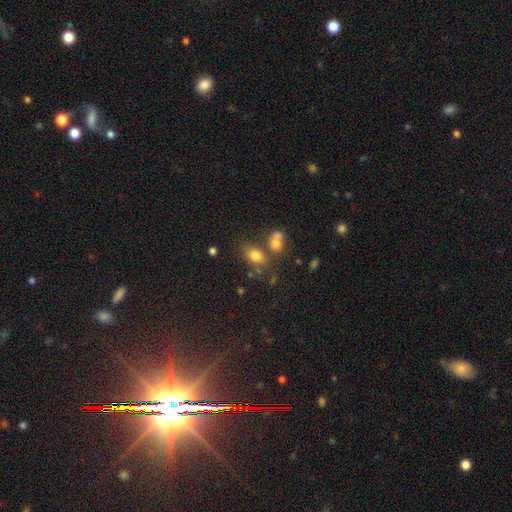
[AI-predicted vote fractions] smooth-or-featured: smooth: 77% | star or artifact: 12% | featured or disk: 11%
  how-rounded: in between: 76% | round: 23% | cigar-shaped: 2%
  merging: none: 59% | merger: 23% | minor disturbance: 13% | major disturbance: 5%